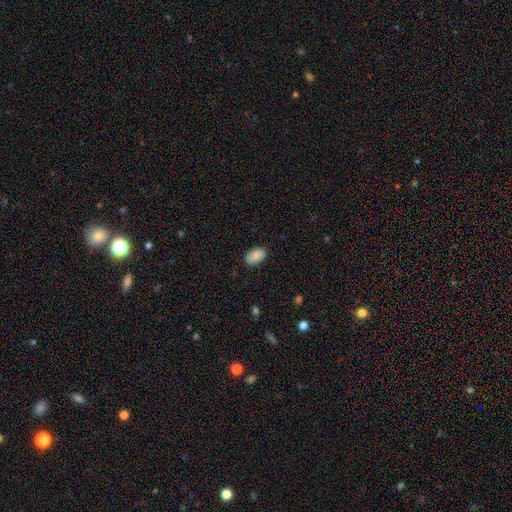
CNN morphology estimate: This is clearly a smooth galaxy (87%). How rounded: clearly in between (92%). Merging: clearly none (85%).